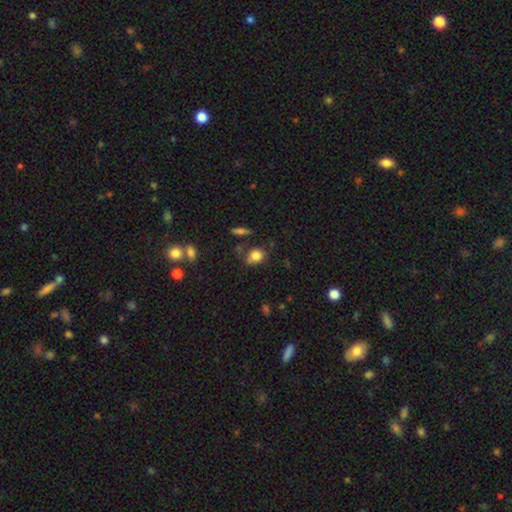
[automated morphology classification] Smooth or featured?
  - smooth: 82% *
  - star or artifact: 10%
  - featured or disk: 8%
How rounded?
  - in between: 51% *
  - round: 48%
  - cigar-shaped: 2%
Merging?
  - none: 60% *
  - minor disturbance: 25%
  - merger: 8%
  - major disturbance: 8%